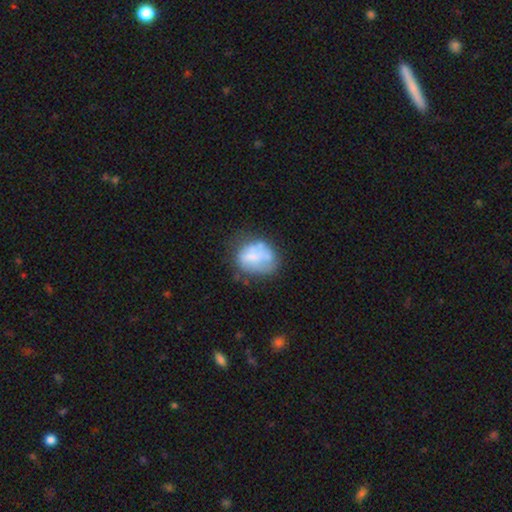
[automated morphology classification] Smooth or featured? smooth (51%)
How rounded? round (50%)
Merging? none (41%)